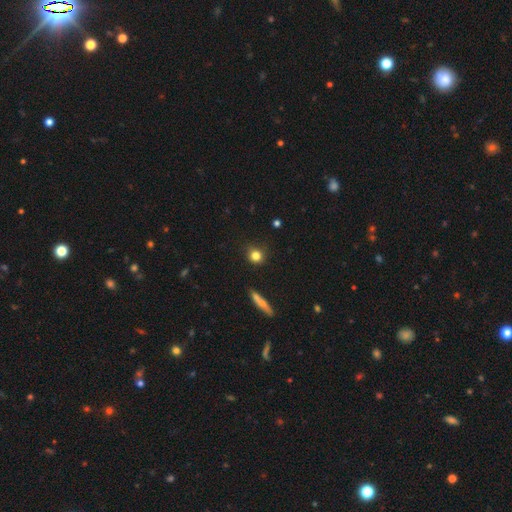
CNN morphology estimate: The model was most divided on "smooth or featured": smooth: 82%, star or artifact: 11%, featured or disk: 7%. More confident: how rounded — round (88%); merging — none (85%).